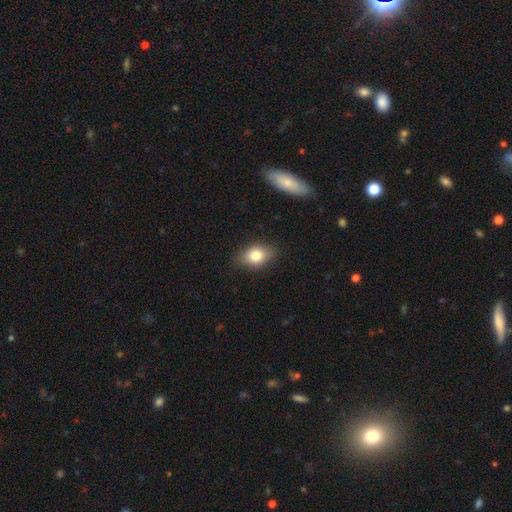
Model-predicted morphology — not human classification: Smooth or featured?
  - smooth: 80% *
  - featured or disk: 11%
  - star or artifact: 9%
How rounded?
  - in between: 75% *
  - round: 23%
  - cigar-shaped: 2%
Merging?
  - none: 84% *
  - minor disturbance: 12%
  - major disturbance: 3%
  - merger: 1%